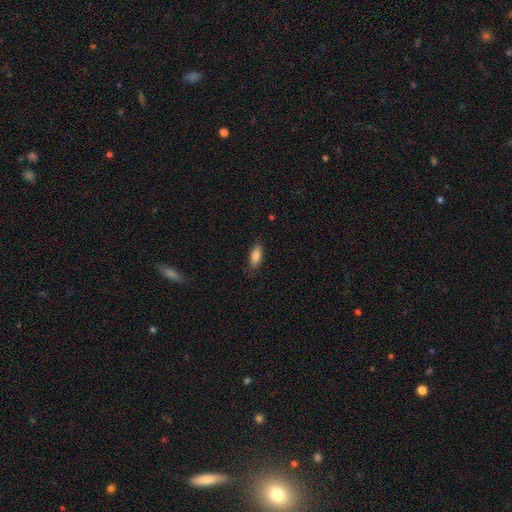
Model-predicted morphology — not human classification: Smooth or featured? Predicted: smooth (p=0.85). How rounded? Predicted: in between (p=0.82). Merging? Predicted: none (p=0.81).